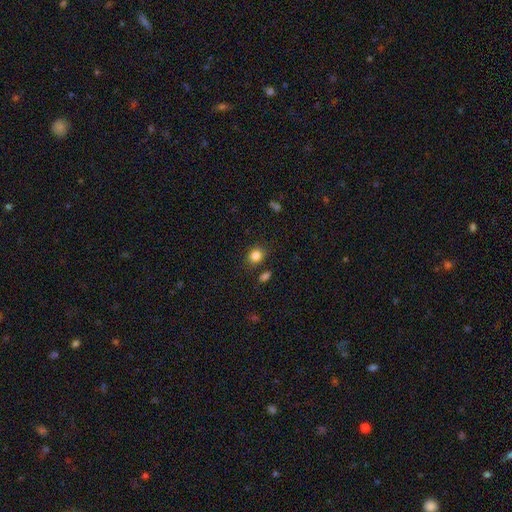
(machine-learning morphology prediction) smooth_or_featured: smooth (p=0.84) [alt: star or artifact p=0.11]
how_rounded: round (p=0.61) [alt: in between p=0.38]
merging: none (p=0.82) [alt: minor disturbance p=0.10]